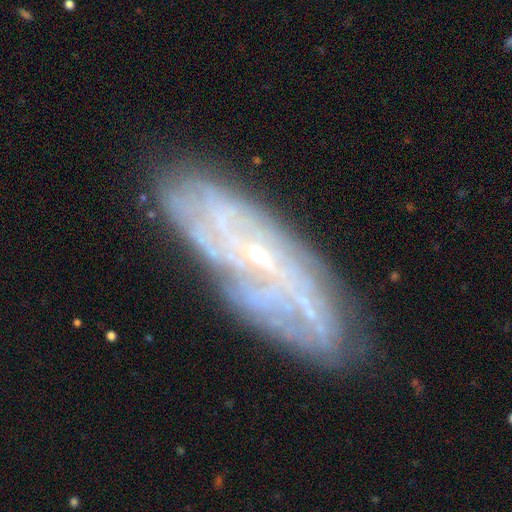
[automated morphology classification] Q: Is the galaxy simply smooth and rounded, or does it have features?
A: featured or disk — 81%.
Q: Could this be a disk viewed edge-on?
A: no — 82%.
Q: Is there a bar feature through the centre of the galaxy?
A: no — 64%.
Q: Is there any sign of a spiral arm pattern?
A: yes — 91%.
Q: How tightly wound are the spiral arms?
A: tight — 61%.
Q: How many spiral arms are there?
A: can't tell — 46%.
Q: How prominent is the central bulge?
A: small — 83%.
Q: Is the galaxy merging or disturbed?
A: none — 81%.